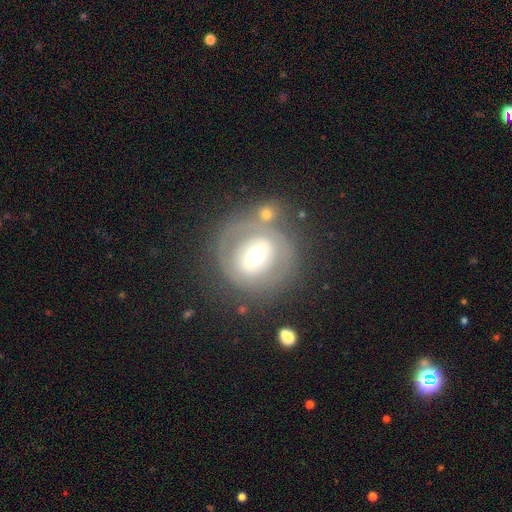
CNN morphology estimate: Overall: featured or disk (58%; smooth 34%). Edge-on disk: no (93%). Bar: weak (36%, tied with strong). Spiral arms: no (73%). Bulge size: moderate (63%). Merging: none (64%).